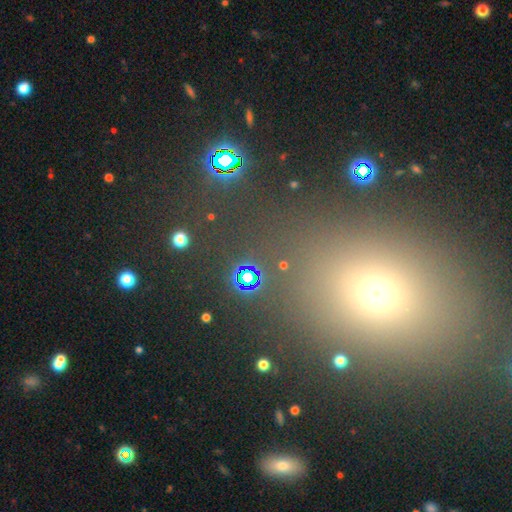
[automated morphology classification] smooth_or_featured: smooth (p=0.47) [alt: star or artifact p=0.43]
merging: none (p=0.83) [alt: minor disturbance p=0.08]